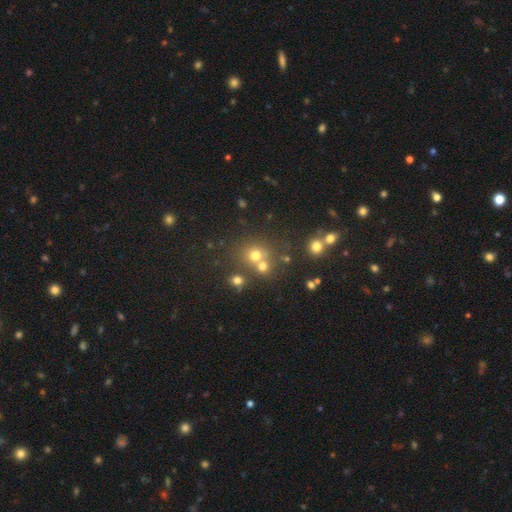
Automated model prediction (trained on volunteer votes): smooth-or-featured: smooth: 65% | star or artifact: 23% | featured or disk: 13%
  how-rounded: round: 83% | in between: 16% | cigar-shaped: 1%
  merging: none: 54% | merger: 34% | minor disturbance: 8% | major disturbance: 4%